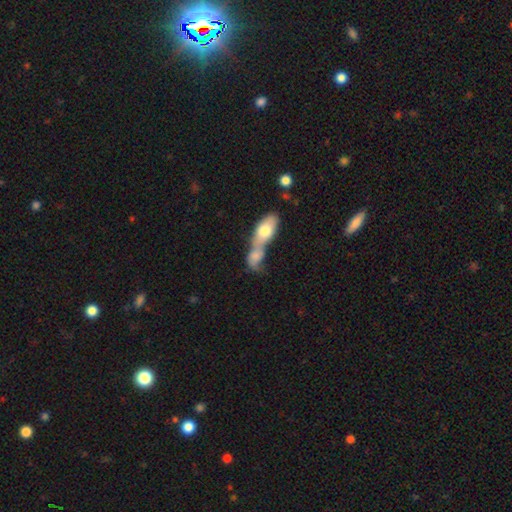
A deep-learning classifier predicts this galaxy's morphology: Smooth or featured: smooth — 68% (featured or disk — 25%)
How rounded: in between — 74% (cigar-shaped — 15%)
Merging: merger — 77% (none — 11%)